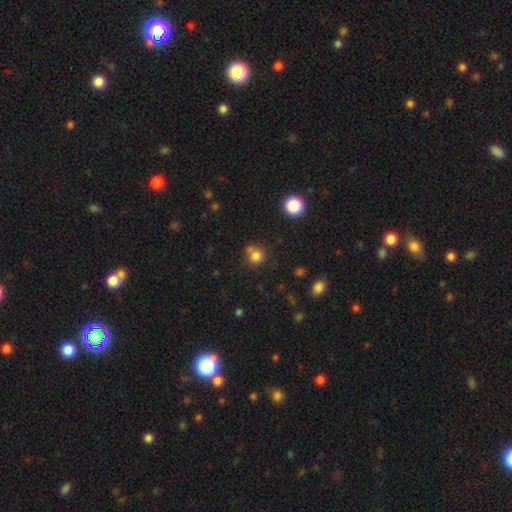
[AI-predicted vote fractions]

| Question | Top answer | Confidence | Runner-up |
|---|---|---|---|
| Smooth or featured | smooth | 80% | star or artifact (14%) |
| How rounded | round | 87% | in between (12%) |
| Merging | none | 61% | merger (18%) |